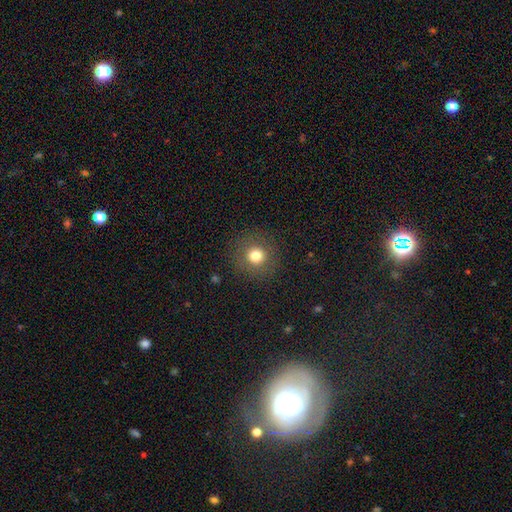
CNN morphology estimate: Q: Smooth or featured?
A: smooth (77%); runner-up: star or artifact (13%)
Q: How rounded?
A: round (94%); runner-up: in between (5%)
Q: Merging?
A: none (89%); runner-up: minor disturbance (7%)